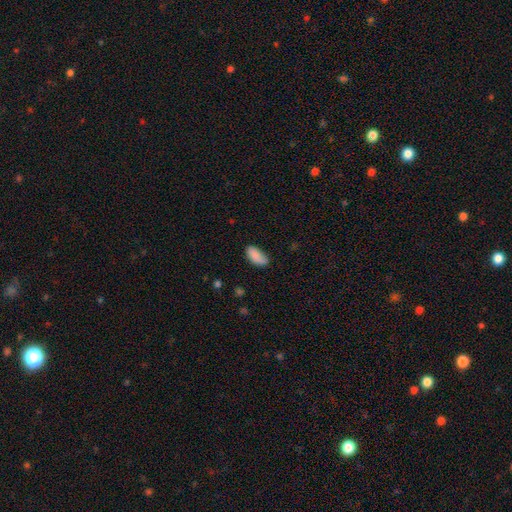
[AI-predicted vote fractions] smooth 86%, featured or disk 7%, star or artifact 7%. Down the decision tree: how rounded — in between (92%); merging — none (69%).